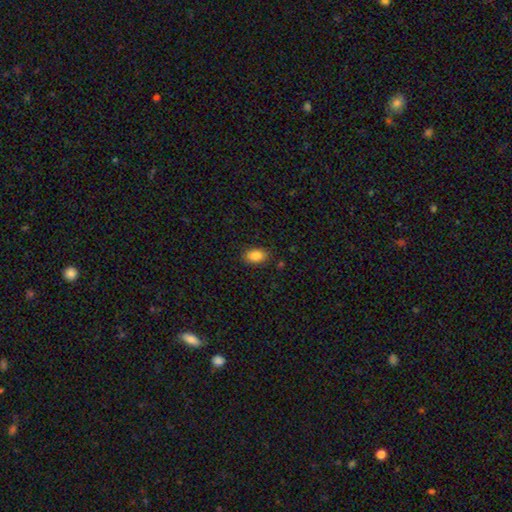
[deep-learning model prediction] A smooth galaxy with no disk features (87%) that is in between round and cigar-shaped (87%). Merging: none (84%).